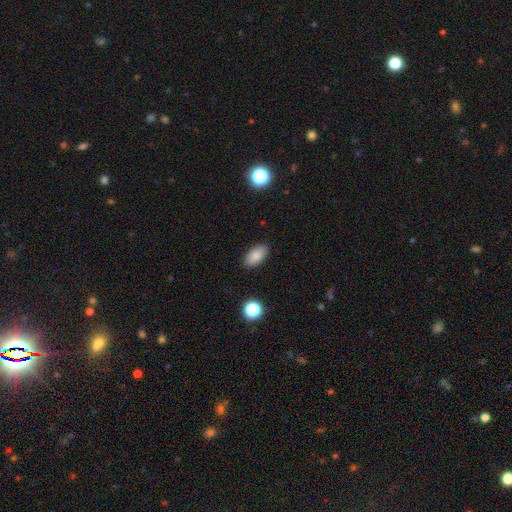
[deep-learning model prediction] smooth-or-featured: smooth: 86% | star or artifact: 9% | featured or disk: 6%
  how-rounded: in between: 93% | round: 4% | cigar-shaped: 3%
  merging: none: 88% | minor disturbance: 9% | major disturbance: 2% | merger: 1%